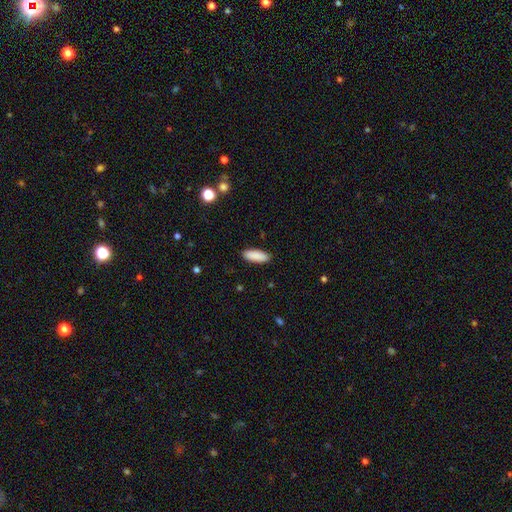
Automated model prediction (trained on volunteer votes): Smooth or featured?
  - smooth: 90% *
  - star or artifact: 6%
  - featured or disk: 4%
How rounded?
  - in between: 68% *
  - cigar-shaped: 30%
  - round: 2%
Merging?
  - none: 90% *
  - minor disturbance: 8%
  - major disturbance: 2%
  - merger: 1%